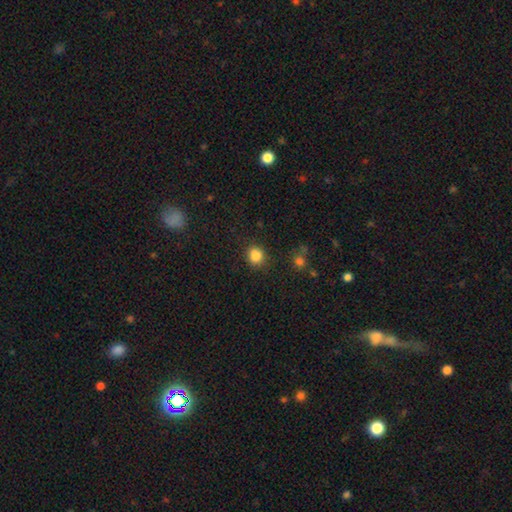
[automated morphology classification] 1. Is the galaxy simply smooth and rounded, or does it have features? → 84% smooth, 11% star or artifact, 5% featured or disk.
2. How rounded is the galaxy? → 76% round, 23% in between, 1% cigar-shaped.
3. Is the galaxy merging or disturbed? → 80% none, 13% minor disturbance, 4% merger, 4% major disturbance.